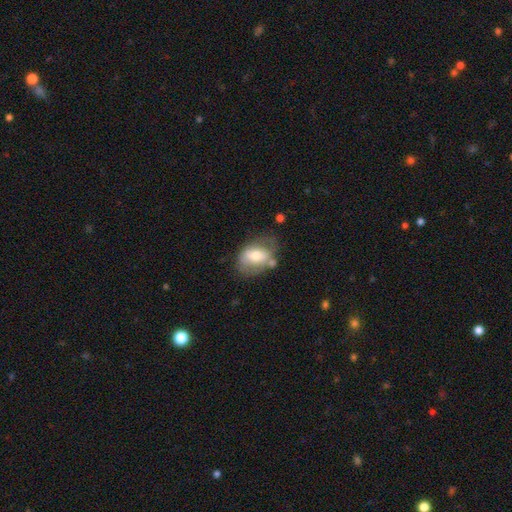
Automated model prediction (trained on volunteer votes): Smooth or featured? smooth (53%)
How rounded? in between (74%)
Merging? none (49%)